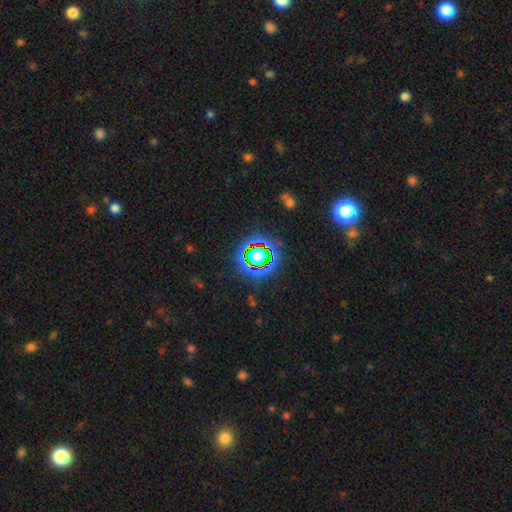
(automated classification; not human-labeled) Smooth or featured: star or artifact — 64% (smooth — 24%)